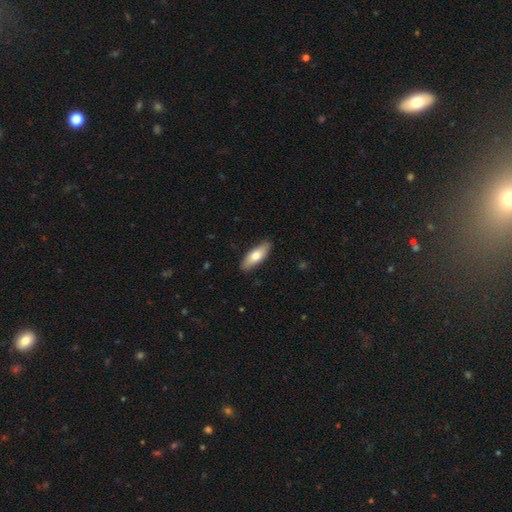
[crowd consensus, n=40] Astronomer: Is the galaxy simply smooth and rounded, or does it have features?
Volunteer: smooth — 62%.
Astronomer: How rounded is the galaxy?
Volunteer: in between — 72%.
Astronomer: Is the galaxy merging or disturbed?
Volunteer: none — 92%.